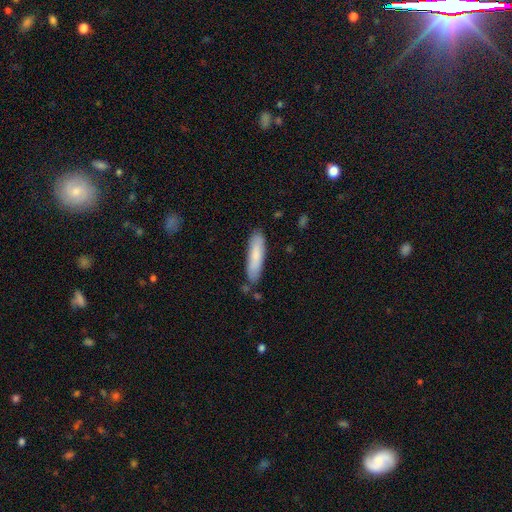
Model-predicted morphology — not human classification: smooth-or-featured: smooth: 79% | featured or disk: 15% | star or artifact: 6%
  how-rounded: cigar-shaped: 75% | in between: 23% | round: 1%
  merging: none: 79% | minor disturbance: 15% | merger: 4% | major disturbance: 3%